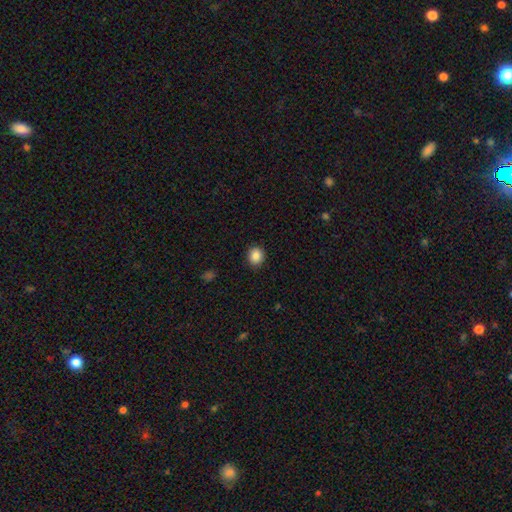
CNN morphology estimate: Smooth or featured: smooth — 87% (star or artifact — 9%)
How rounded: round — 77% (in between — 22%)
Merging: none — 90% (minor disturbance — 7%)